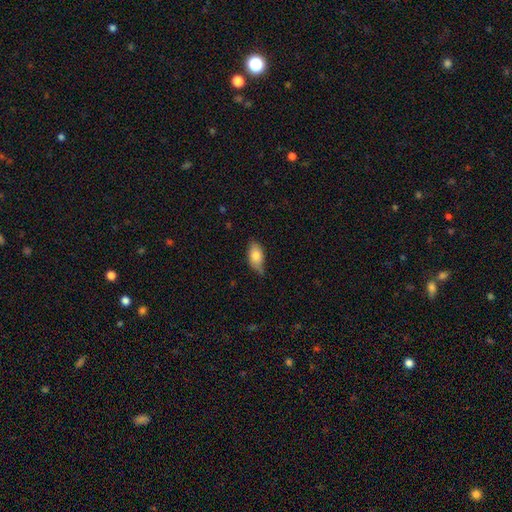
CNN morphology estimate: A smooth galaxy with no disk features (78%) that is in between round and cigar-shaped (90%).

Vote fractions:
- Smooth or featured? smooth: 78% / featured or disk: 15% / star or artifact: 7%
- How rounded? in between: 90% / round: 5% / cigar-shaped: 4%
- Merging? none: 58% / minor disturbance: 34% / major disturbance: 6% / merger: 2%